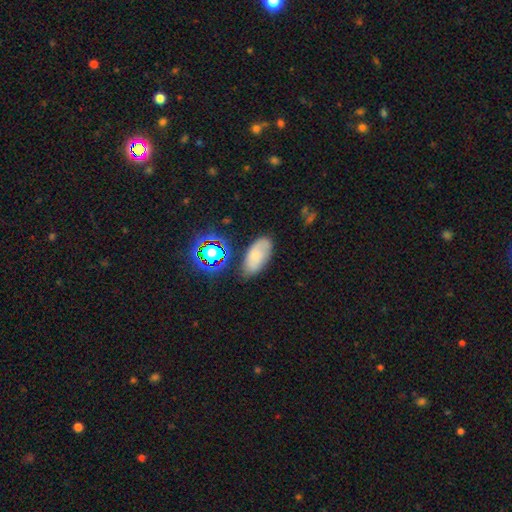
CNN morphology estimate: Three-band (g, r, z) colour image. It shows a smooth galaxy with no disk features (59%) that is in between round and cigar-shaped (91%). Merging: none (70%).